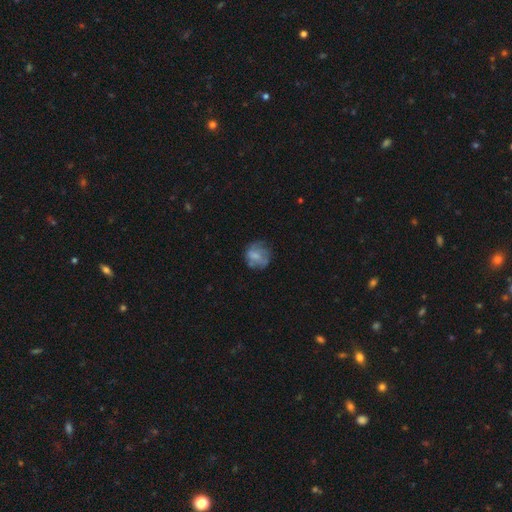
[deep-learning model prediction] Morphology: type=smooth (50%); roundness=round (75%); merging=none (55%).